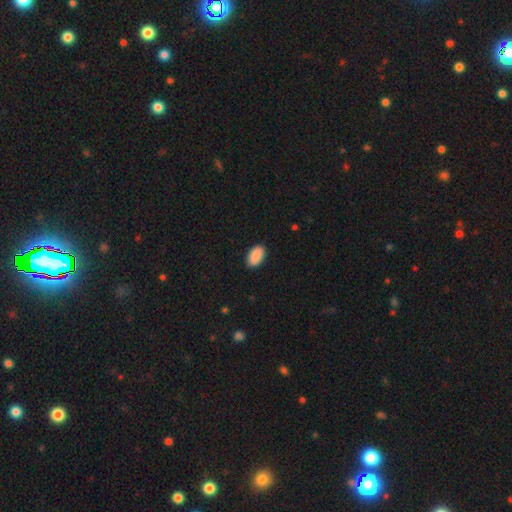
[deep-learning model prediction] A smooth galaxy with no disk features (91%) that is in between round and cigar-shaped (94%).

Vote fractions:
- Smooth or featured? smooth: 91% / star or artifact: 6% / featured or disk: 3%
- How rounded? in between: 94% / round: 4% / cigar-shaped: 1%
- Merging? none: 89% / minor disturbance: 8% / major disturbance: 2% / merger: 1%